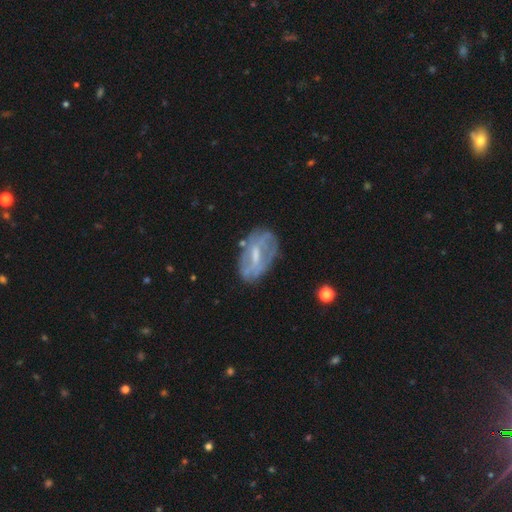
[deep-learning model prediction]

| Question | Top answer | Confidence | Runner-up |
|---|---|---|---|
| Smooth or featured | featured or disk | 65% | smooth (27%) |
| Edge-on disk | no | 93% | yes (7%) |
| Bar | weak | 49% | no (27%) |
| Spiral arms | no | 55% | yes (45%) |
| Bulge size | moderate | 42% | small (36%) |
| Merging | none | 62% | minor disturbance (22%) |